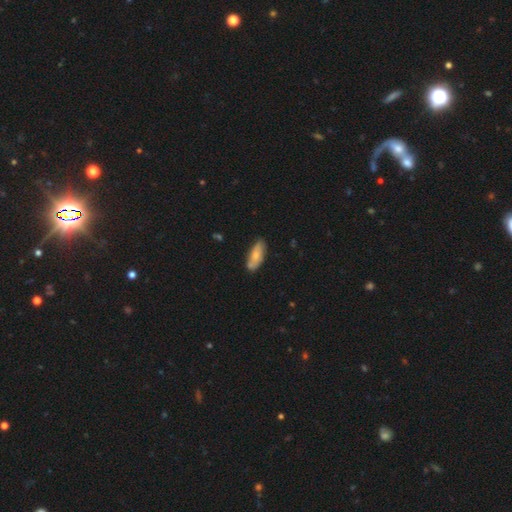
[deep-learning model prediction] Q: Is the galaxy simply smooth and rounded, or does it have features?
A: smooth — 65%.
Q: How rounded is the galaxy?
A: in between — 75%.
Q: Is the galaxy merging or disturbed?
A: none — 75%.